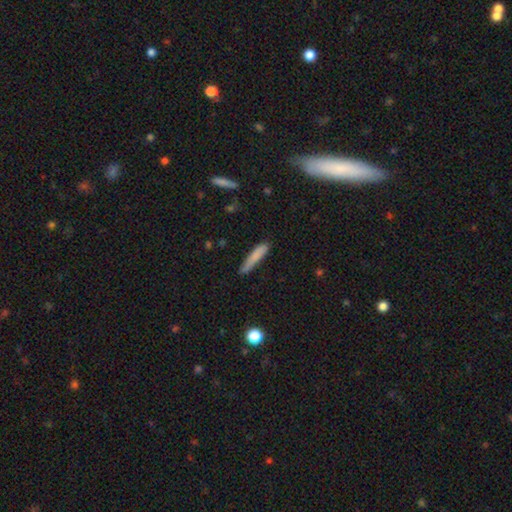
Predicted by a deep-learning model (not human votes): The model was most divided on "merging": none: 76%, minor disturbance: 18%, major disturbance: 3%, merger: 2%. More confident: how rounded — cigar-shaped (90%); smooth or featured — smooth (79%).